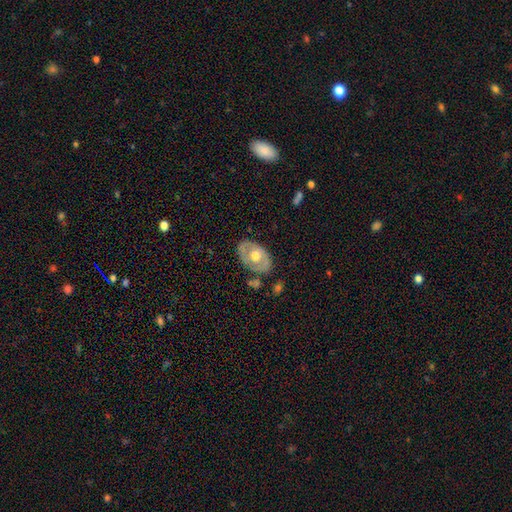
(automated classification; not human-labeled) smooth-or-featured: featured or disk: 60% | smooth: 34% | star or artifact: 6%
  disk-edge-on: no: 91% | yes: 9%
    bar: no: 83% | weak: 13% | strong: 3%
    has-spiral-arms: no: 70% | yes: 30%
    bulge-size: moderate: 67% | large: 25% | small: 6% | dominant: 1% | none: 1%
  merging: none: 74% | minor disturbance: 17% | major disturbance: 5% | merger: 4%